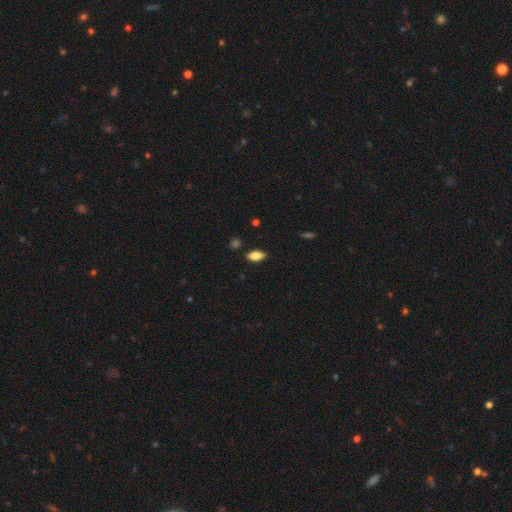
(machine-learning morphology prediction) This is likely a smooth galaxy (79%). How rounded: clearly in between (88%). Merging: clearly none (85%).